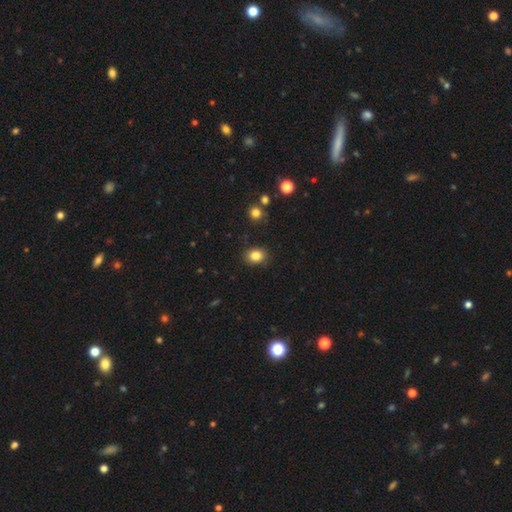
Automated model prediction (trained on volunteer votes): Q: Smooth or featured?
A: smooth (84%); runner-up: star or artifact (10%)
Q: How rounded?
A: in between (54%); runner-up: round (45%)
Q: Merging?
A: none (86%); runner-up: minor disturbance (10%)